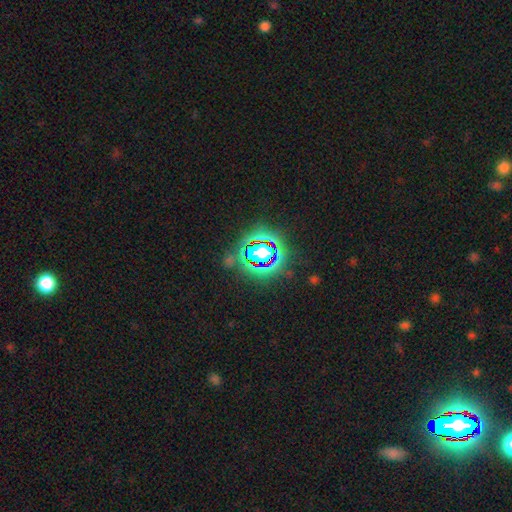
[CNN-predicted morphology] This appears to be a star or artifact, not a galaxy (76%).